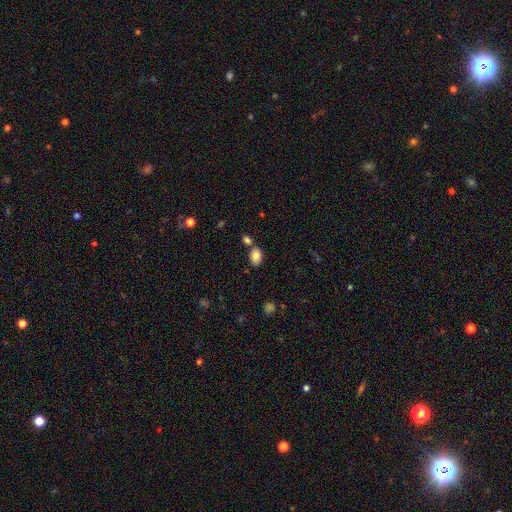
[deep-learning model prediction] Smooth or featured? smooth (83%)
How rounded? in between (85%)
Merging? none (68%)